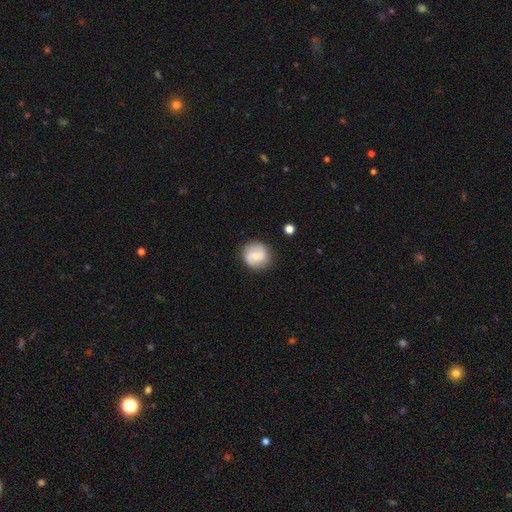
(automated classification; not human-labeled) This appears to be a featured or disk galaxy (55%) with a weak bar (46%), spiral arms (85%) and a small central bulge (49%). Merging: none (86%).